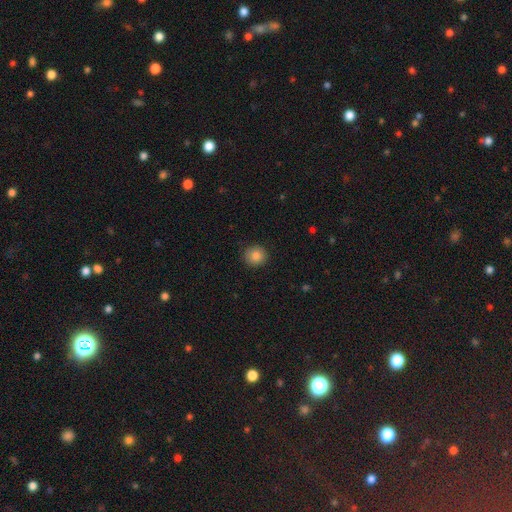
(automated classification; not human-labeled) Q: Smooth or featured?
A: smooth (85%); runner-up: star or artifact (10%)
Q: How rounded?
A: round (91%); runner-up: in between (8%)
Q: Merging?
A: none (90%); runner-up: minor disturbance (7%)